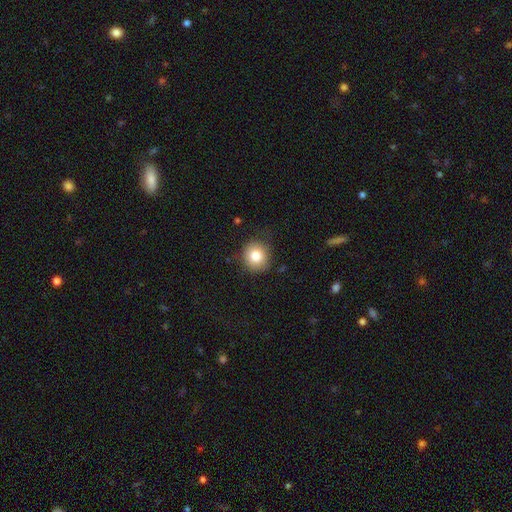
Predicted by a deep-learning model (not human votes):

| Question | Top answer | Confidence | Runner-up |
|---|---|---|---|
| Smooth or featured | smooth | 82% | star or artifact (10%) |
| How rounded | round | 88% | in between (11%) |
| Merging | none | 82% | minor disturbance (13%) |